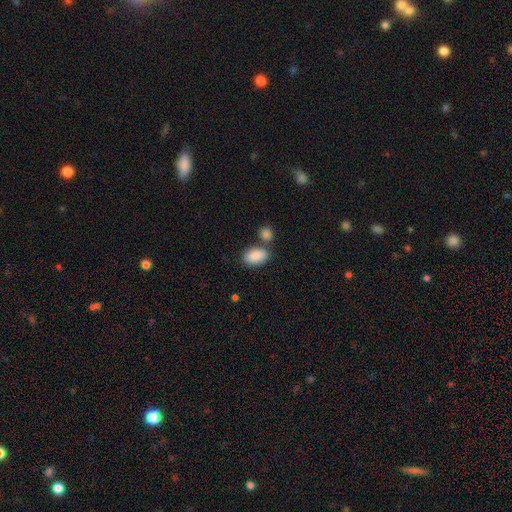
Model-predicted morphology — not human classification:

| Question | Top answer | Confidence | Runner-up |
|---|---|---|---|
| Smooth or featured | smooth | 89% | star or artifact (6%) |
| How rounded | in between | 92% | round (6%) |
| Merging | none | 63% | merger (21%) |